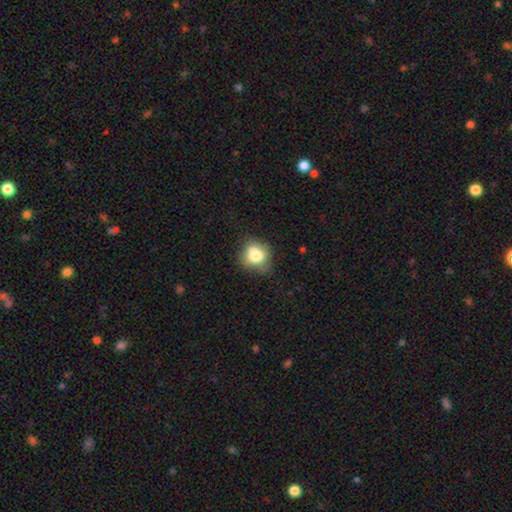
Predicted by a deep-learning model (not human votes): The model was most divided on "merging": none: 54%, minor disturbance: 25%, merger: 11%, major disturbance: 10%. More confident: smooth or featured — smooth (71%); how rounded — round (69%).